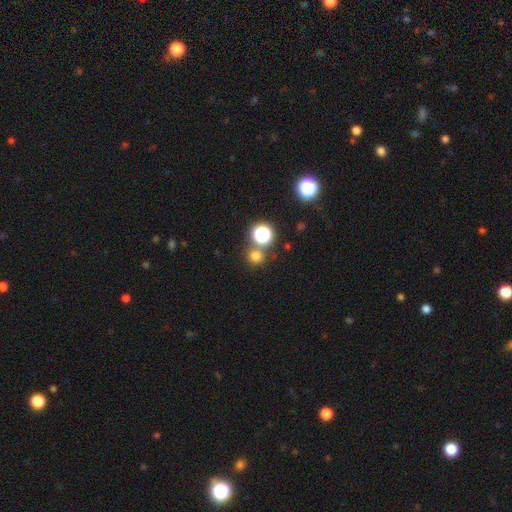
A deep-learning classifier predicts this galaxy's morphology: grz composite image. It shows a smooth galaxy with no disk features (71%) that is round (89%). Merging: none (75%).